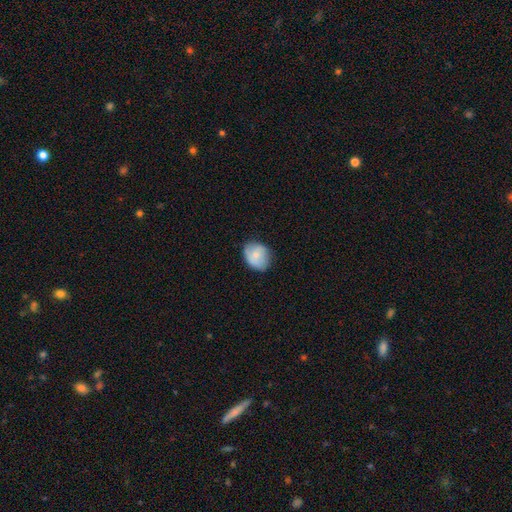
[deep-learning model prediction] smooth_or_featured: smooth (p=0.69) [alt: featured or disk p=0.24]
how_rounded: round (p=0.50) [alt: in between p=0.49]
merging: none (p=0.69) [alt: minor disturbance p=0.24]